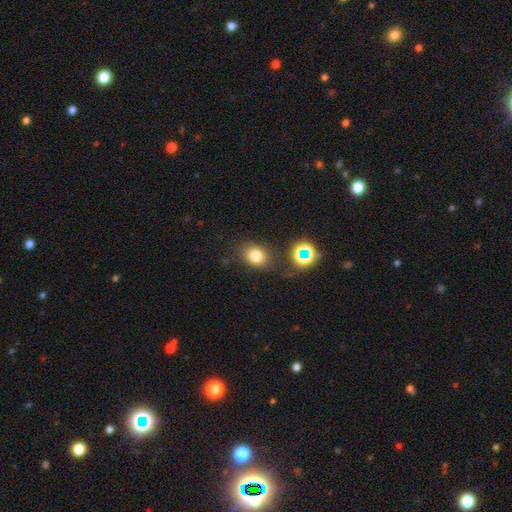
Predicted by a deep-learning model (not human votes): A smooth galaxy with no disk features (77%) that is in between round and cigar-shaped (53%).

Vote fractions:
- Smooth or featured? smooth: 77% / star or artifact: 15% / featured or disk: 9%
- How rounded? in between: 53% / round: 46% / cigar-shaped: 1%
- Merging? none: 75% / minor disturbance: 14% / major disturbance: 5% / merger: 5%